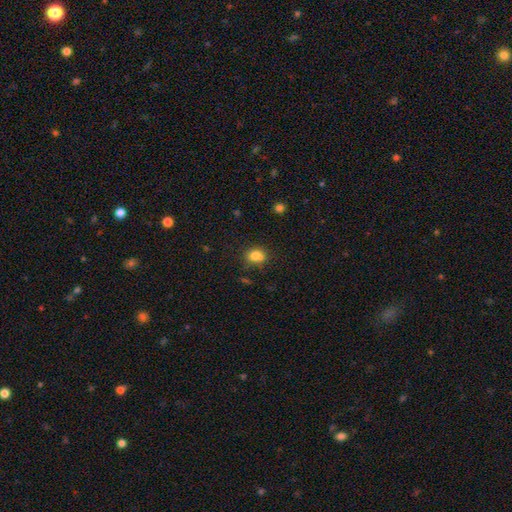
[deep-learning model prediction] This appears to be a smooth galaxy with no disk features (79%) that is round (52%). Merging: none (57%).